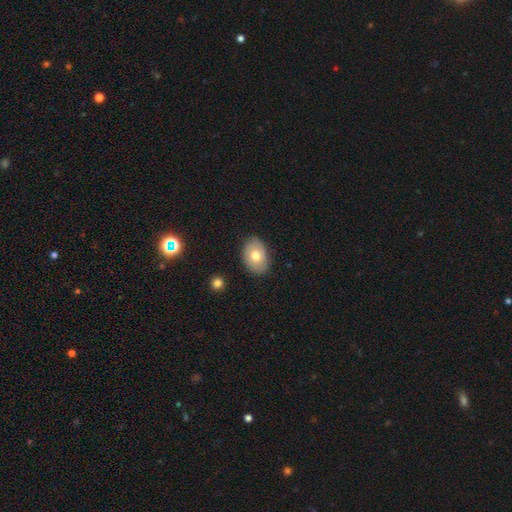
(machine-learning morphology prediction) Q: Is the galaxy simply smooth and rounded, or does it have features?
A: smooth — 72%.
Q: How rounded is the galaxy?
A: in between — 81%.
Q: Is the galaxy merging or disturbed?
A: none — 84%.